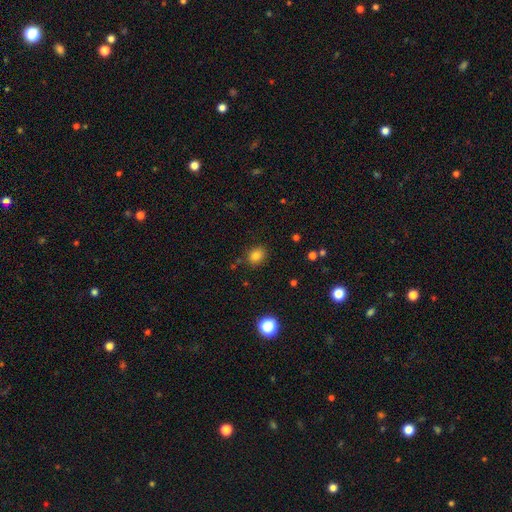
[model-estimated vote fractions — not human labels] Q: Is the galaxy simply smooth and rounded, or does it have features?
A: smooth — 81%.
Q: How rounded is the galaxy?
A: round — 51%.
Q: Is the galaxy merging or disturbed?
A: none — 82%.